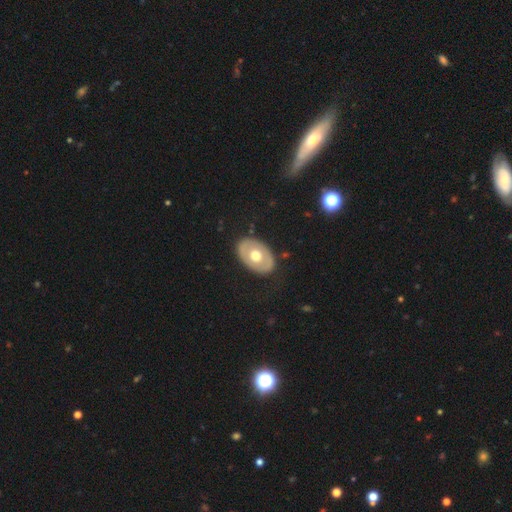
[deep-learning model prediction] A smooth galaxy with no disk features (48%).

Vote fractions:
- Smooth or featured? smooth: 48% / featured or disk: 47% / star or artifact: 5%
- Merging? none: 86% / minor disturbance: 10% / major disturbance: 3% / merger: 1%